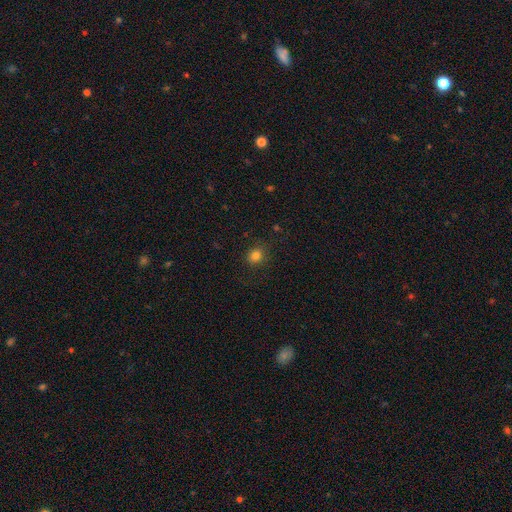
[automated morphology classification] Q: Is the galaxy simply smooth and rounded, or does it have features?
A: smooth — 81%.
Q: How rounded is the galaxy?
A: round — 65%.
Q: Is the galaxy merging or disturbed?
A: none — 83%.